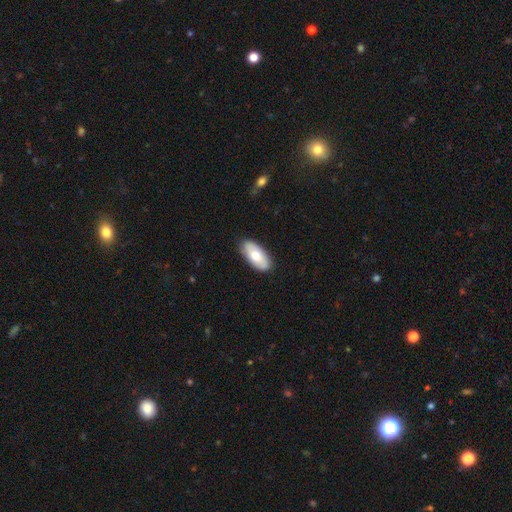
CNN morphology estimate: Smooth or featured? smooth (70%)
How rounded? in between (92%)
Merging? none (87%)